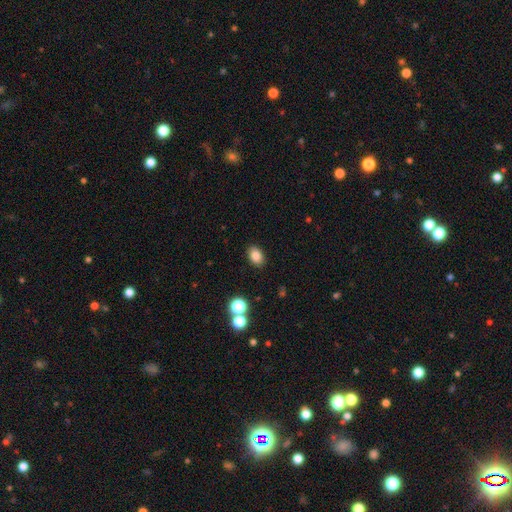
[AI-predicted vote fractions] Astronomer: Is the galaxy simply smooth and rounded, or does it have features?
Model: smooth — 84%.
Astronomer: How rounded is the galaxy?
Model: in between — 81%.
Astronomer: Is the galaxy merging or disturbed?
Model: none — 87%.